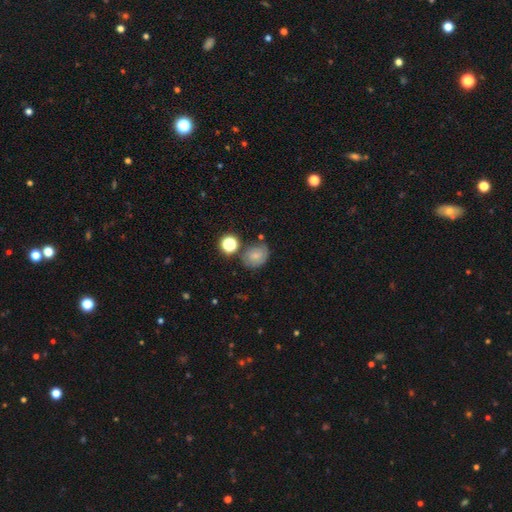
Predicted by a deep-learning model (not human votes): Smooth or featured?
  - smooth: 54% *
  - featured or disk: 32%
  - star or artifact: 13%
How rounded?
  - round: 54% *
  - in between: 45%
  - cigar-shaped: 1%
Merging?
  - none: 63% *
  - minor disturbance: 21%
  - merger: 10%
  - major disturbance: 7%